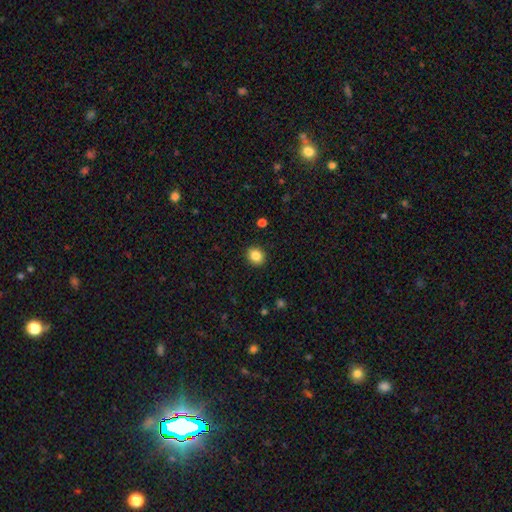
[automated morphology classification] type=smooth (85%); roundness=round (68%); merging=none (91%).